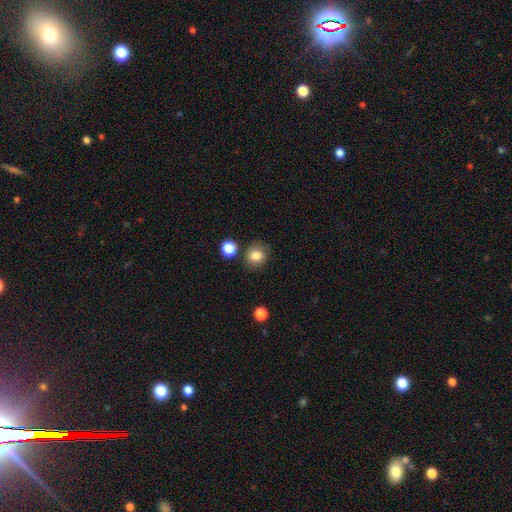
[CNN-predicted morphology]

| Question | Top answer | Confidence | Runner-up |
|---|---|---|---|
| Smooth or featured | smooth | 83% | star or artifact (10%) |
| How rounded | round | 83% | in between (16%) |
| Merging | none | 78% | minor disturbance (13%) |